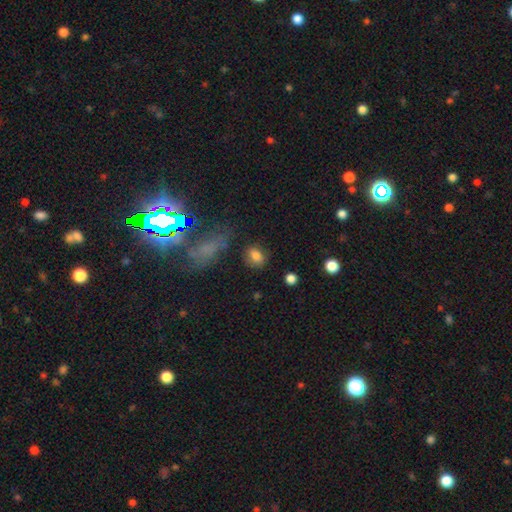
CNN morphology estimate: Smooth or featured? smooth (80%)
How rounded? in between (57%)
Merging? none (79%)